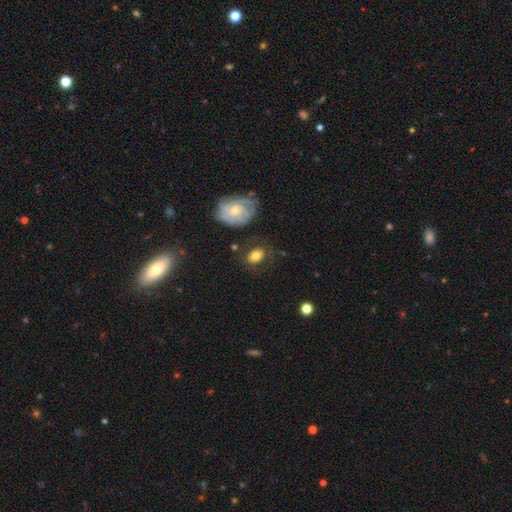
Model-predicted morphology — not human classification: smooth-or-featured: smooth: 70% | featured or disk: 22% | star or artifact: 8%
  how-rounded: in between: 67% | round: 32% | cigar-shaped: 1%
  merging: none: 72% | minor disturbance: 17% | major disturbance: 8% | merger: 3%